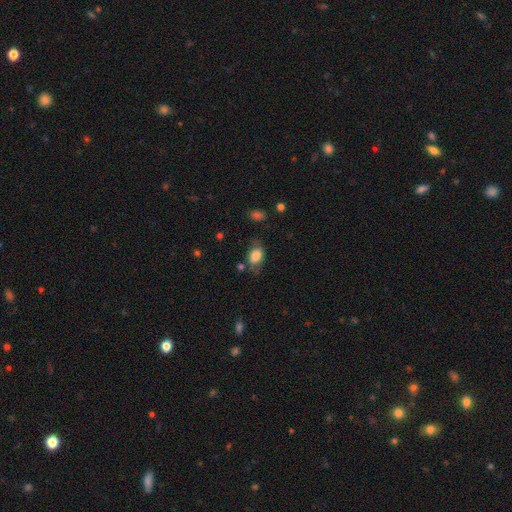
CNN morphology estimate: A smooth galaxy with no disk features (75%) that is in between round and cigar-shaped (81%).

Vote fractions:
- Smooth or featured? smooth: 75% / featured or disk: 17% / star or artifact: 8%
- How rounded? in between: 81% / round: 18% / cigar-shaped: 2%
- Merging? none: 59% / minor disturbance: 25% / major disturbance: 12% / merger: 4%